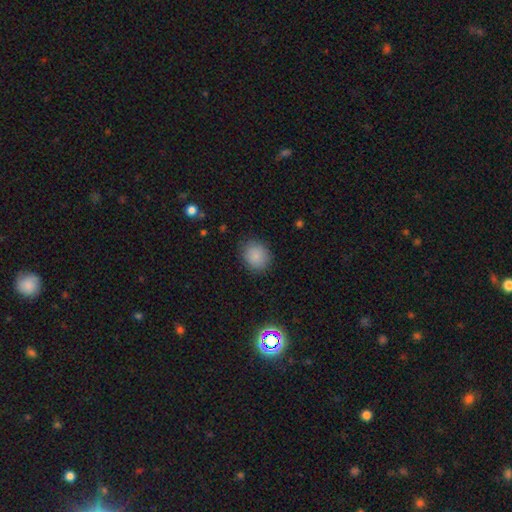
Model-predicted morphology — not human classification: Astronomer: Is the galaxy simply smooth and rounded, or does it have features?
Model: smooth — 86%.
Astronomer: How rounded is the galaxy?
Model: round — 69%.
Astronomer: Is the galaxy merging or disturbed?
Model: none — 85%.